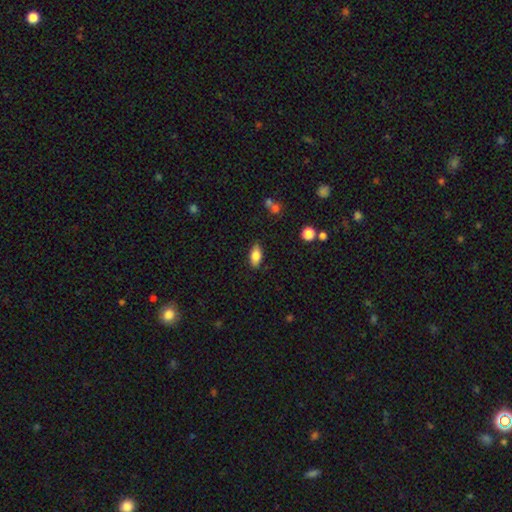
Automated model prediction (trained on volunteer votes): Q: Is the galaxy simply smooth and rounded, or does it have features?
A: smooth — 80%.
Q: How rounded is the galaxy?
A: in between — 88%.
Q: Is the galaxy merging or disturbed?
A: none — 85%.